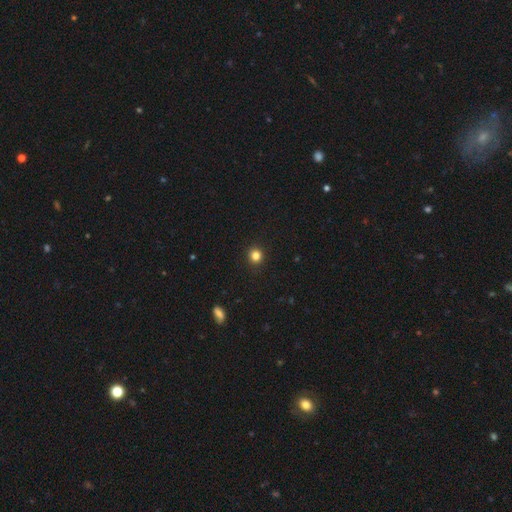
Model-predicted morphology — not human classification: Smooth or featured? smooth (82%)
How rounded? round (91%)
Merging? none (93%)